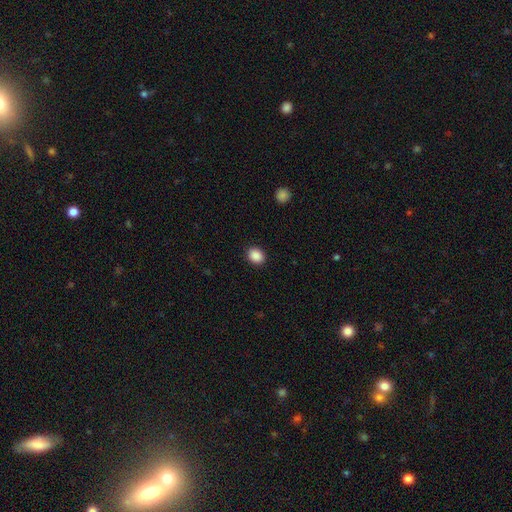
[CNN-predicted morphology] smooth-or-featured: smooth: 89% | star or artifact: 9% | featured or disk: 2%
  how-rounded: round: 57% | in between: 42% | cigar-shaped: 1%
  merging: none: 91% | minor disturbance: 6% | major disturbance: 2% | merger: 1%